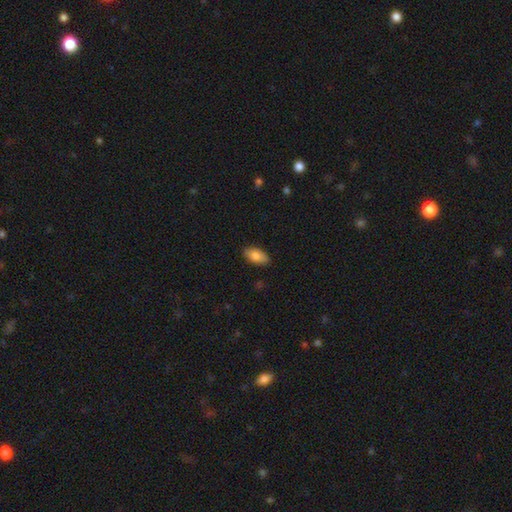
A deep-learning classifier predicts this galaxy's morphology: Overall: smooth (83%). How rounded: in between (94%). Merging: none (87%).